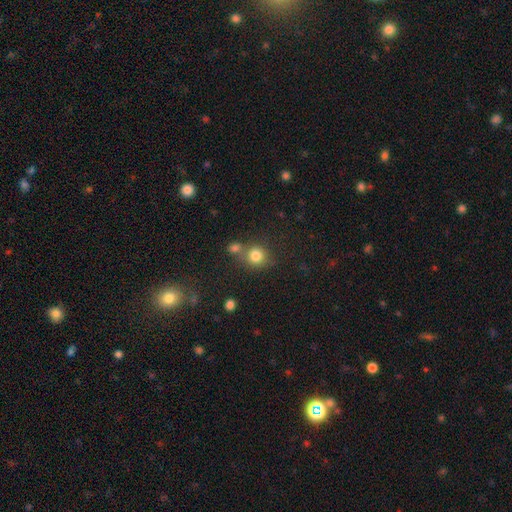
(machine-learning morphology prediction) Smooth or featured: smooth — 80% (star or artifact — 13%)
How rounded: round — 87% (in between — 12%)
Merging: none — 59% (merger — 27%)